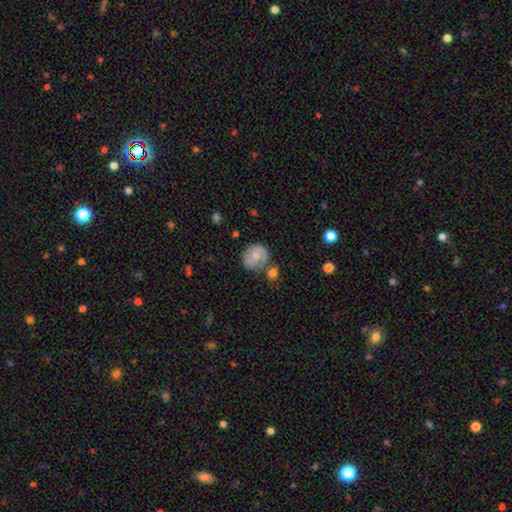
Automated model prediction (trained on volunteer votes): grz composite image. It shows a featured or disk galaxy (52%) with no bar (65%), spiral arms (83%) and a small central bulge (42%). Merging: none (55%).